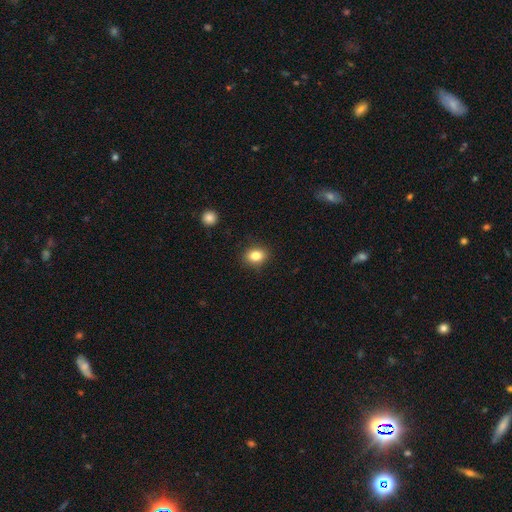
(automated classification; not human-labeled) A smooth galaxy with no disk features (83%) that is in between round and cigar-shaped (60%). Merging: none (88%).